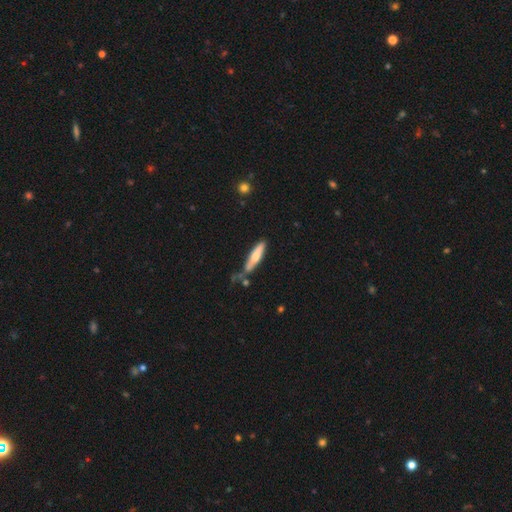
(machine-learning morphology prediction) Overall: smooth (64%; featured or disk 31%). How rounded: cigar-shaped (82%). Merging: none (55%; minor disturbance 25%).